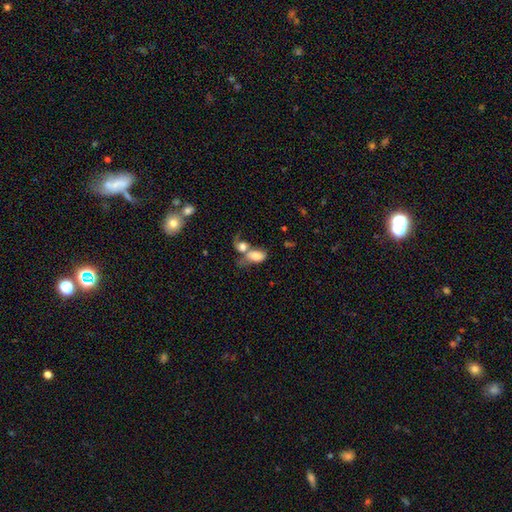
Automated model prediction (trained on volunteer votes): Overall: smooth (70%). How rounded: in between (86%). Merging: merger (67%).